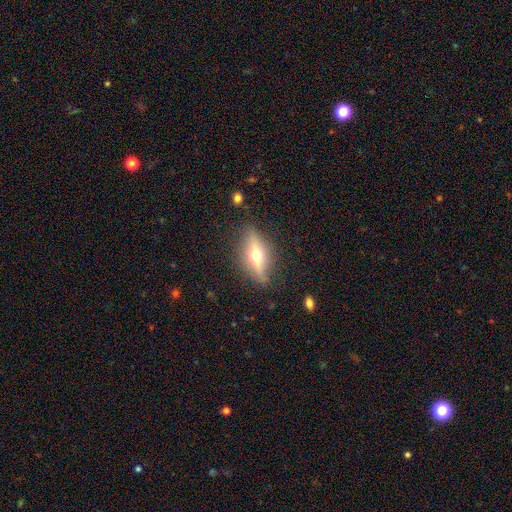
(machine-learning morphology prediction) Smooth or featured? featured or disk (64%)
Edge-on disk? yes (85%)
Edge-on bulge? rounded (95%)
Merging? none (82%)